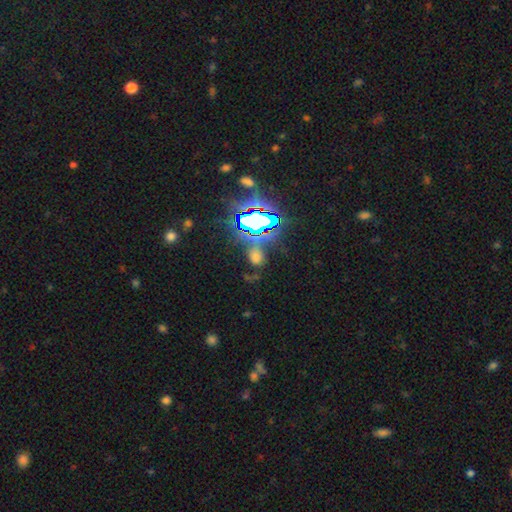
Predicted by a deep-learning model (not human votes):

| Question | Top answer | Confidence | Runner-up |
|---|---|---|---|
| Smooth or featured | star or artifact | 59% | smooth (28%) |